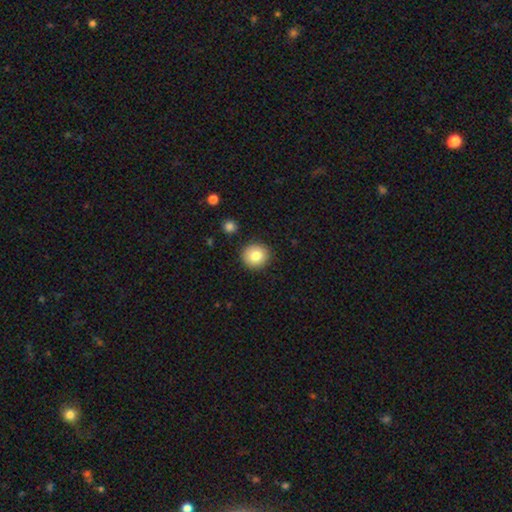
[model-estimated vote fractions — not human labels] smooth 82%, featured or disk 9%, star or artifact 9%. Down the decision tree: how rounded — round (91%); merging — none (90%).